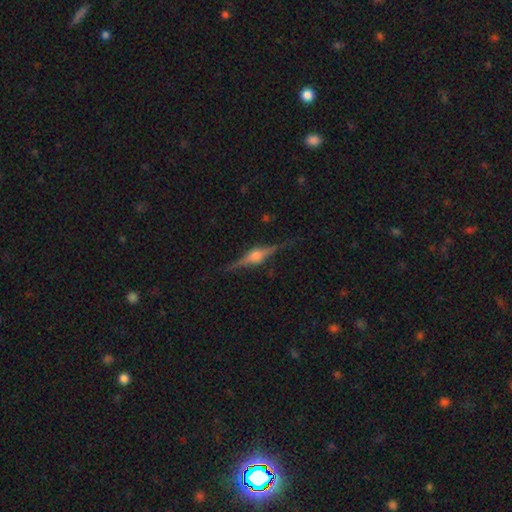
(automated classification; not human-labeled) A featured or disk galaxy (83%) viewed edge-on (98%) with a rounded central bulge (90%).

Vote fractions:
- Smooth or featured? featured or disk: 83% / smooth: 10% / star or artifact: 7%
- Edge-on disk? yes: 98% / no: 2%
- Edge-on bulge? rounded: 90% / boxy: 8% / none: 2%
- Merging? none: 88% / minor disturbance: 9% / major disturbance: 2% / merger: 1%